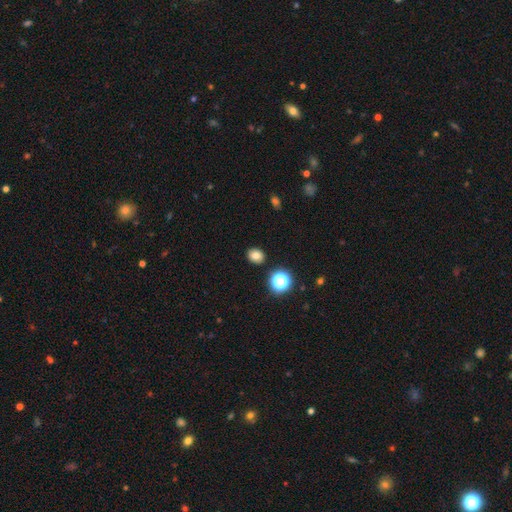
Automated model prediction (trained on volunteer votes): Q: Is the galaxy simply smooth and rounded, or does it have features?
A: smooth — 79%.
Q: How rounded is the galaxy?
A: round — 62%.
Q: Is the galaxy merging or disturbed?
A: none — 88%.